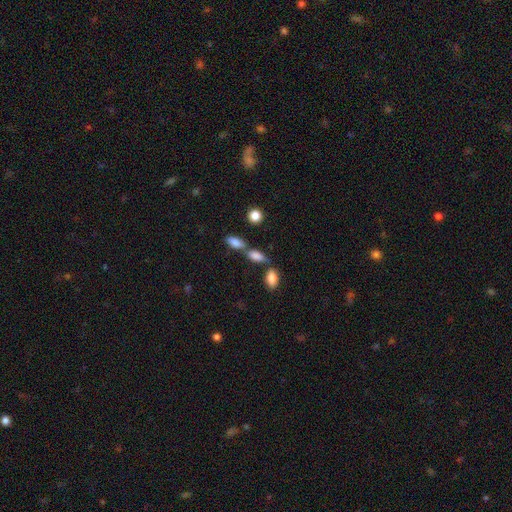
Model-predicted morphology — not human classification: The model was most divided on "merging": none: 53%, merger: 29%, minor disturbance: 14%, major disturbance: 5%. More confident: smooth or featured — smooth (80%); how rounded — in between (78%).